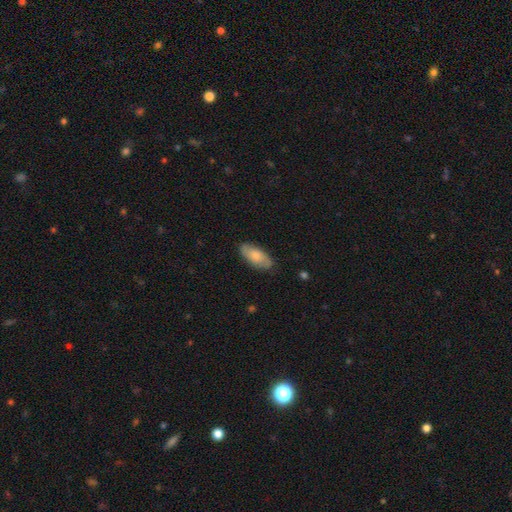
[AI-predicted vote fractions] Q: Smooth or featured?
A: smooth (72%); runner-up: featured or disk (22%)
Q: How rounded?
A: in between (88%); runner-up: cigar-shaped (10%)
Q: Merging?
A: none (81%); runner-up: minor disturbance (15%)